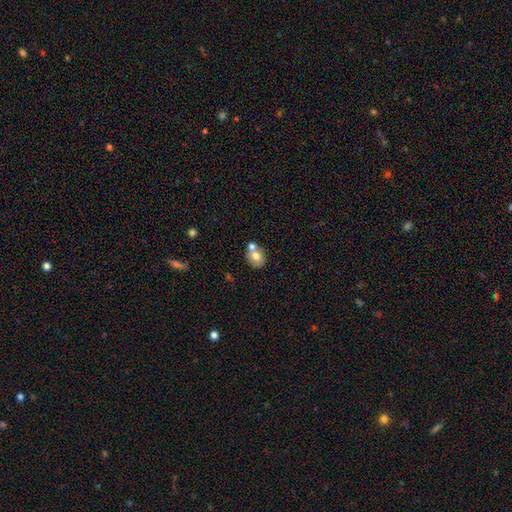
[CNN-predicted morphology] Q: Smooth or featured?
A: smooth (71%); runner-up: featured or disk (20%)
Q: How rounded?
A: round (60%); runner-up: in between (39%)
Q: Merging?
A: none (47%); runner-up: merger (39%)